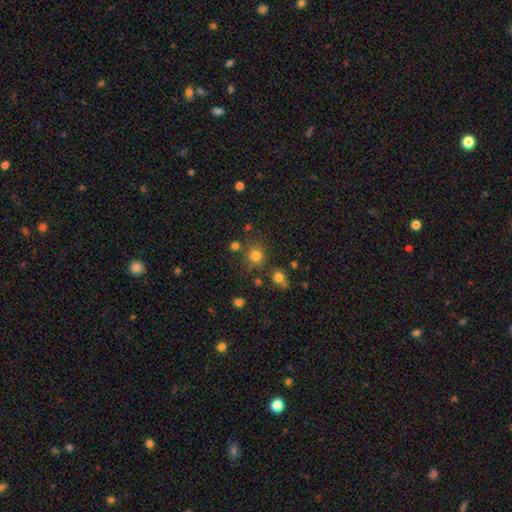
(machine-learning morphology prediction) A smooth galaxy with no disk features (77%) that is round (87%). Merging: none (74%).